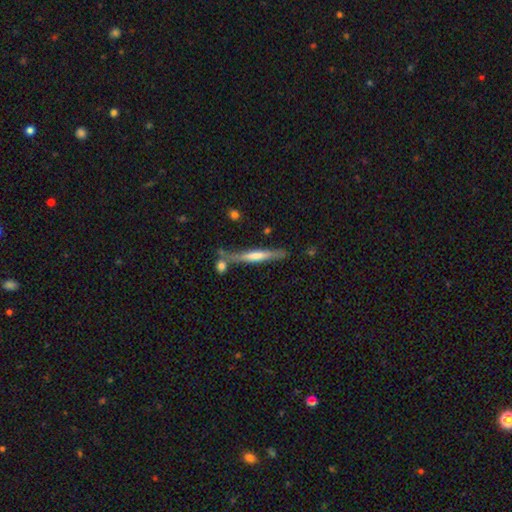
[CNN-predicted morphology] The model was most divided on "smooth or featured": featured or disk: 50%, smooth: 44%, star or artifact: 6%. More confident: edge-on disk — yes (93%); merging — none (72%).